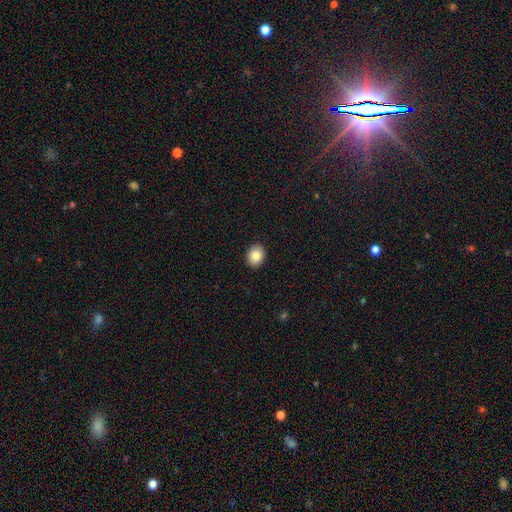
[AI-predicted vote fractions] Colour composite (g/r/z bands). It shows a smooth galaxy with no disk features (85%) that is in between round and cigar-shaped (52%). Merging: none (91%).